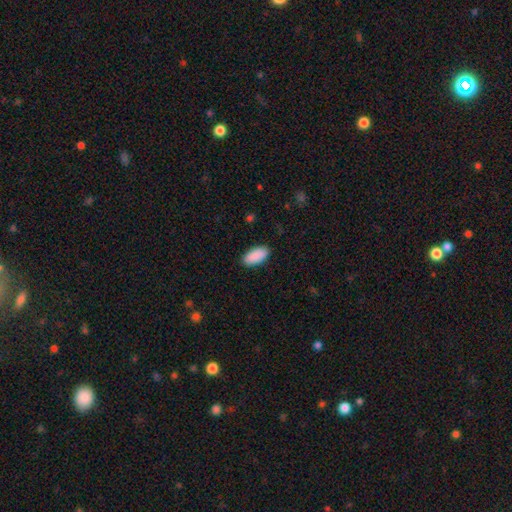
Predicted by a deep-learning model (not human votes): A smooth galaxy with no disk features (91%) that is in between round and cigar-shaped (92%). Merging: none (89%).